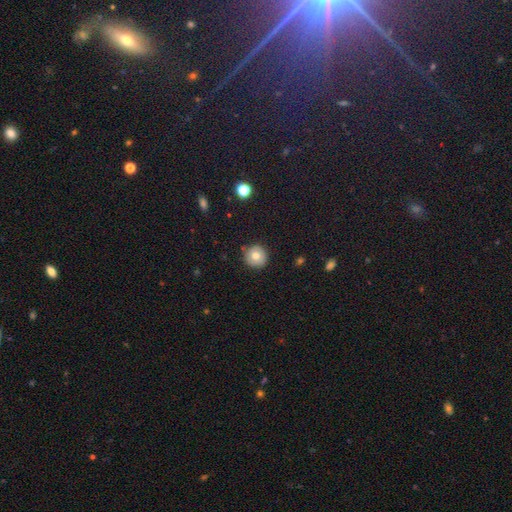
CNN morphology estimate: smooth-or-featured: smooth: 74% | featured or disk: 17% | star or artifact: 10%
  how-rounded: round: 94% | in between: 5% | cigar-shaped: 1%
  merging: none: 87% | minor disturbance: 10% | major disturbance: 2% | merger: 1%